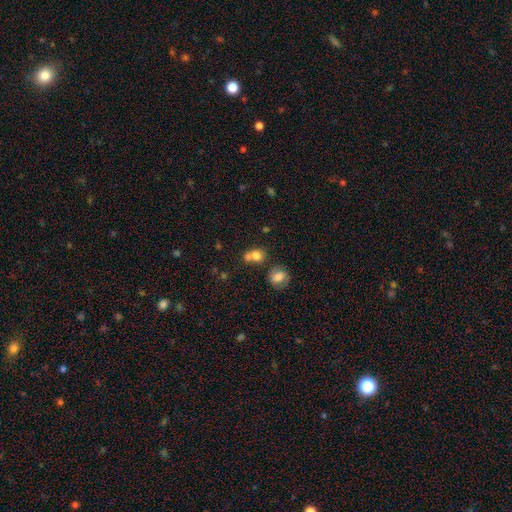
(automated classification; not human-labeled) A smooth galaxy with no disk features (76%) that is round (62%).

Vote fractions:
- Smooth or featured? smooth: 76% / featured or disk: 13% / star or artifact: 11%
- How rounded? round: 62% / in between: 37% / cigar-shaped: 2%
- Merging? merger: 43% / none: 37% / minor disturbance: 13% / major disturbance: 6%